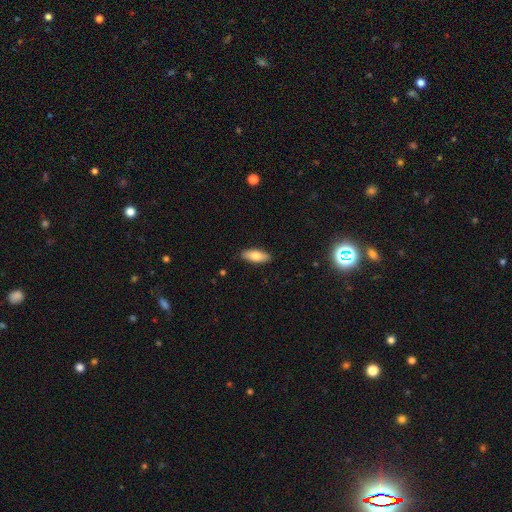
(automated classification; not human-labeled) A smooth galaxy with no disk features (79%) that is in between round and cigar-shaped (77%).

Vote fractions:
- Smooth or featured? smooth: 79% / featured or disk: 15% / star or artifact: 6%
- How rounded? in between: 77% / cigar-shaped: 21% / round: 2%
- Merging? none: 88% / minor disturbance: 9% / major disturbance: 2% / merger: 1%